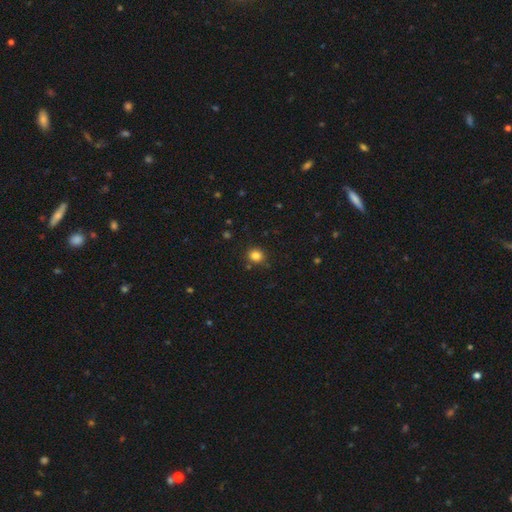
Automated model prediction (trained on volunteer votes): Smooth or featured?
  - smooth: 83% *
  - star or artifact: 12%
  - featured or disk: 5%
How rounded?
  - round: 84% *
  - in between: 16%
  - cigar-shaped: 1%
Merging?
  - none: 86% *
  - minor disturbance: 9%
  - merger: 3%
  - major disturbance: 2%